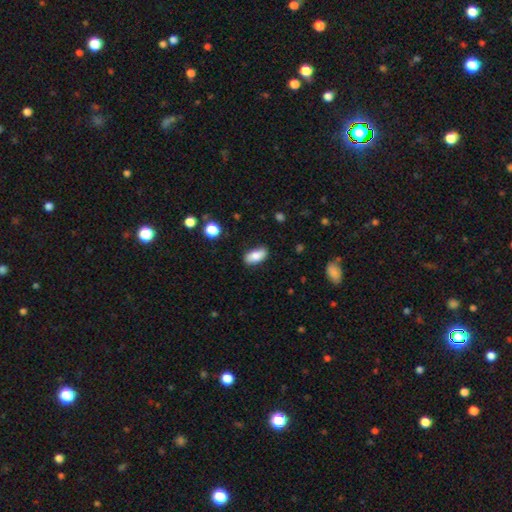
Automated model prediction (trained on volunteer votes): Smooth or featured?
  - smooth: 81% *
  - featured or disk: 12%
  - star or artifact: 7%
How rounded?
  - in between: 91% *
  - cigar-shaped: 6%
  - round: 3%
Merging?
  - none: 82% *
  - minor disturbance: 14%
  - major disturbance: 3%
  - merger: 1%